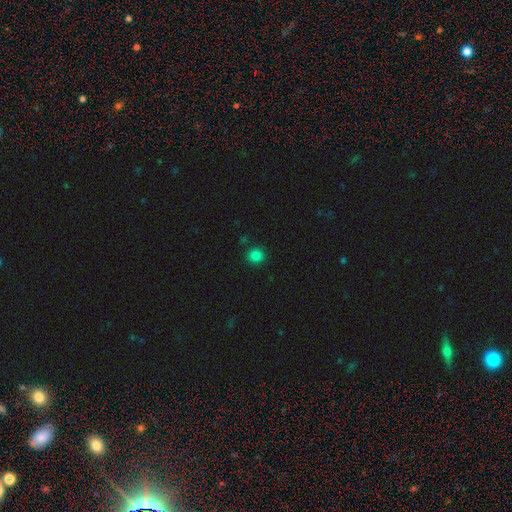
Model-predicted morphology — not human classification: smooth-or-featured: smooth: 82% | star or artifact: 14% | featured or disk: 4%
  how-rounded: round: 91% | in between: 8% | cigar-shaped: 1%
  merging: none: 89% | minor disturbance: 7% | merger: 2% | major disturbance: 2%